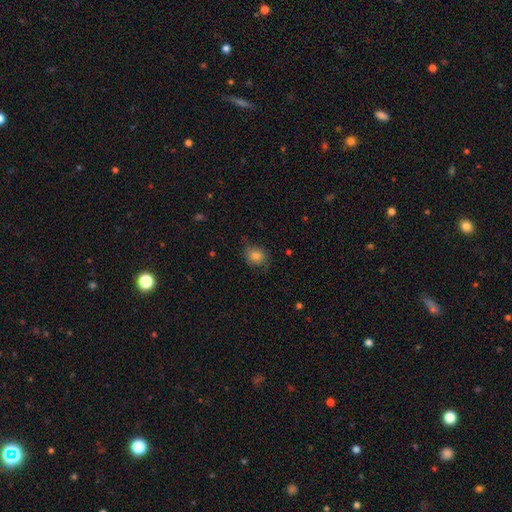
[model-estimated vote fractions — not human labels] Smooth or featured?
  - smooth: 81% *
  - star or artifact: 10%
  - featured or disk: 9%
How rounded?
  - round: 64% *
  - in between: 35%
  - cigar-shaped: 1%
Merging?
  - none: 69% *
  - minor disturbance: 23%
  - major disturbance: 7%
  - merger: 1%